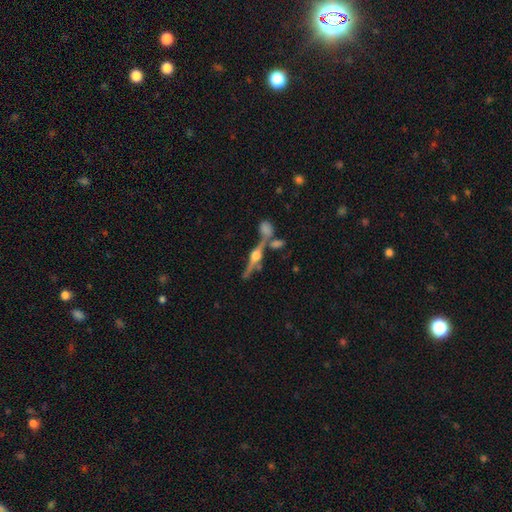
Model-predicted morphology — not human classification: Smooth or featured? featured or disk (83%)
Edge-on disk? yes (97%)
Edge-on bulge? rounded (95%)
Merging? none (71%)